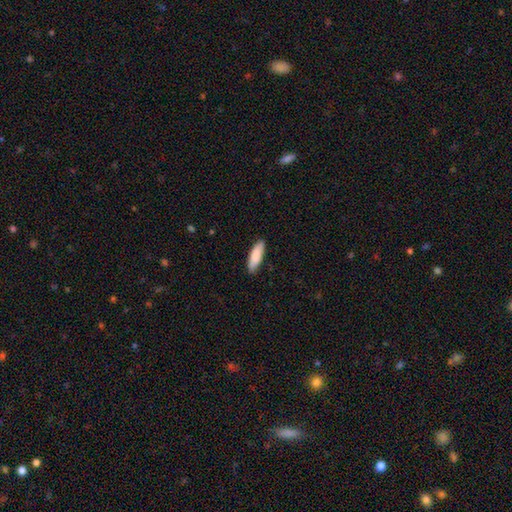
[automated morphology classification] smooth_or_featured: smooth (p=0.86) [alt: featured or disk p=0.09]
how_rounded: cigar-shaped (p=0.51) [alt: in between p=0.48]
merging: none (p=0.87) [alt: minor disturbance p=0.10]